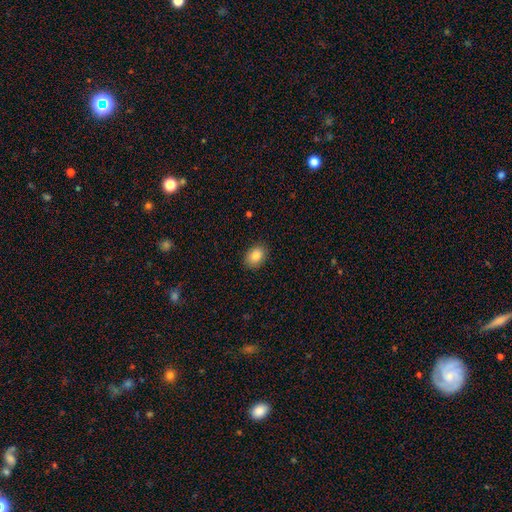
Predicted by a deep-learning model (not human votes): Smooth or featured: smooth — 85% (star or artifact — 8%)
How rounded: in between — 69% (round — 30%)
Merging: none — 88% (minor disturbance — 8%)